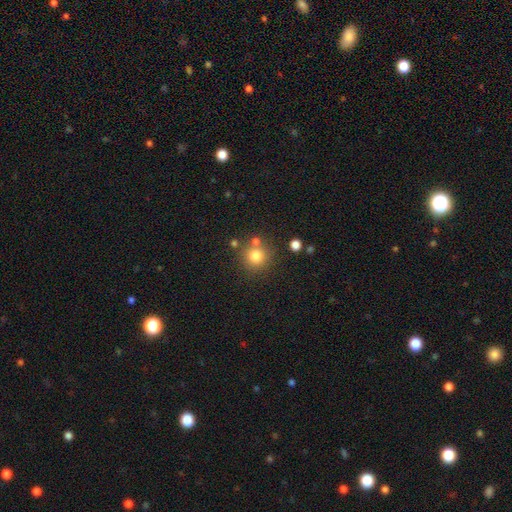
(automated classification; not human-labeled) Morphology: type=smooth (79%); roundness=round (92%); merging=none (74%).